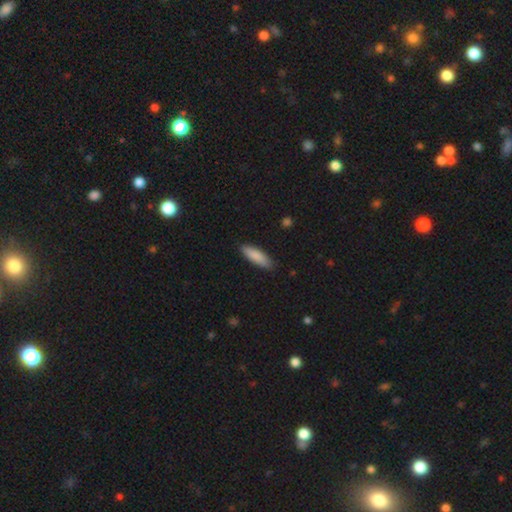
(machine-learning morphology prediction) Overall: smooth (87%). How rounded: cigar-shaped (58%; in between 41%). Merging: none (88%).